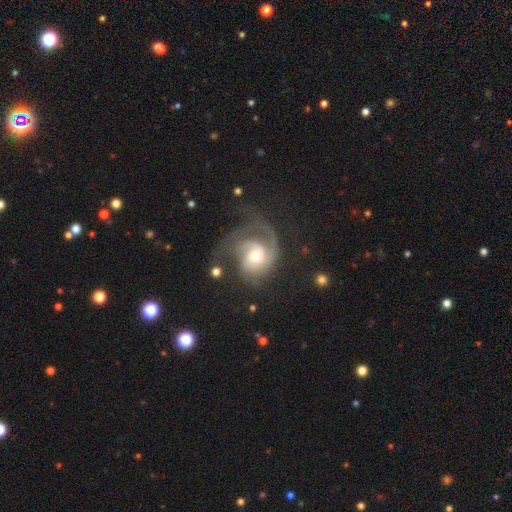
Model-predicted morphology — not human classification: Smooth or featured?
  - featured or disk: 83% *
  - smooth: 11%
  - star or artifact: 6%
Edge-on disk?
  - no: 98% *
  - yes: 2%
Bar?
  - no: 66% *
  - weak: 29%
  - strong: 6%
Spiral arms?
  - yes: 95% *
  - no: 5%
Spiral winding?
  - medium: 42% *
  - tight: 36%
  - loose: 22%
Spiral arm count?
  - 2: 30% * (tied)
  - 1: 30% * (tied)
  - 3: 20%
  - can't tell: 13%
  - 4: 4%
  - more than 4: 3%
Bulge size?
  - moderate: 64% *
  - small: 23%
  - large: 10%
  - dominant: 1%
  - none: 1%
Merging?
  - none: 45% *
  - major disturbance: 33%
  - minor disturbance: 18%
  - merger: 3%